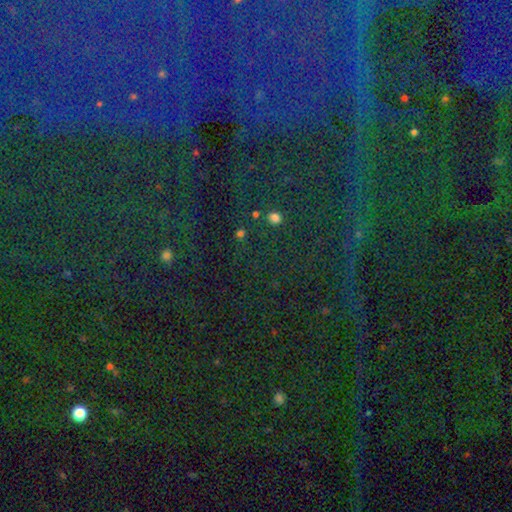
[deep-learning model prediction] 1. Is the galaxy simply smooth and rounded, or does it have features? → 82% star or artifact, 10% smooth, 8% featured or disk.